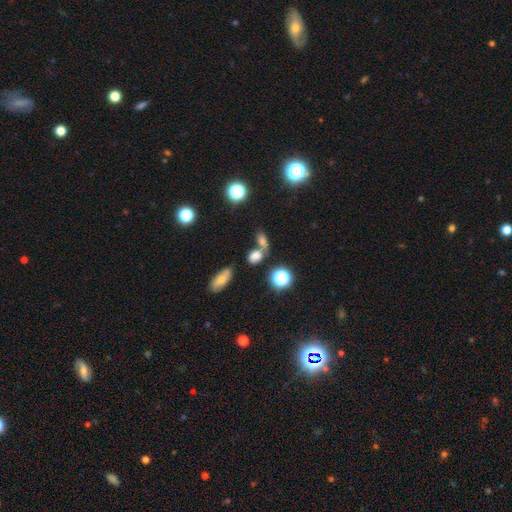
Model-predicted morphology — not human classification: Smooth or featured: smooth — 71% (star or artifact — 19%)
How rounded: in between — 67% (round — 27%)
Merging: none — 48% (merger — 37%)